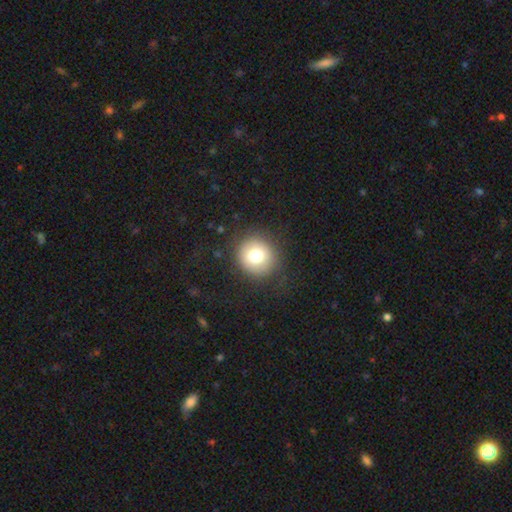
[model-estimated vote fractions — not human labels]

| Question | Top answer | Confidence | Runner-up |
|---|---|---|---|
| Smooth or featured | smooth | 76% | featured or disk (13%) |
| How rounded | round | 91% | in between (8%) |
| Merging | none | 85% | minor disturbance (9%) |